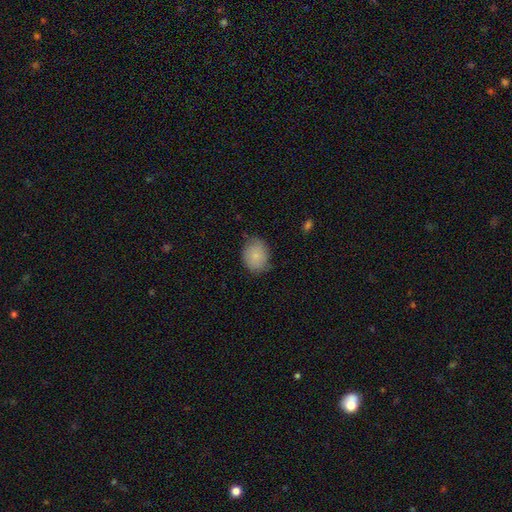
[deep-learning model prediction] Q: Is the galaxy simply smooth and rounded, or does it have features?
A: smooth — 81%.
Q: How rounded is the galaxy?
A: round — 53%.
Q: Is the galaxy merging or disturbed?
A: none — 66%.